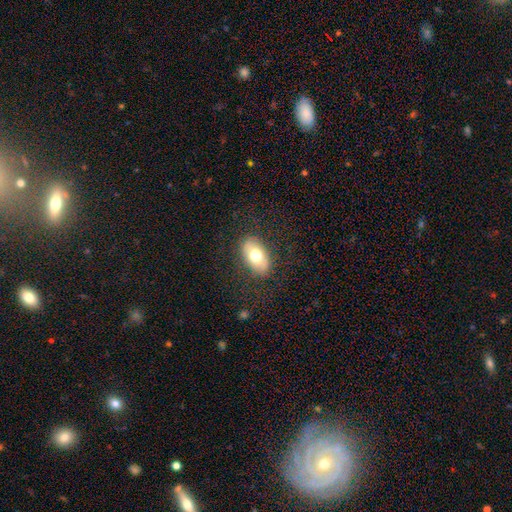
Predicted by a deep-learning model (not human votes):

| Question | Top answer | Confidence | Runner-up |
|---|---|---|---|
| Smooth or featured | smooth | 72% | featured or disk (21%) |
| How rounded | in between | 92% | round (6%) |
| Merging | none | 84% | minor disturbance (11%) |